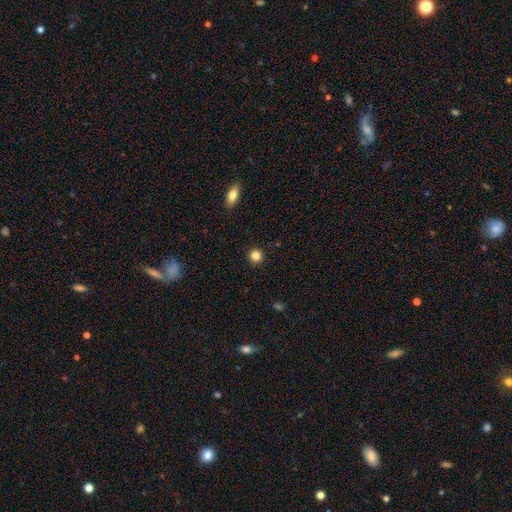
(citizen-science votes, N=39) A smooth galaxy with no disk features (87%) that is round (97%). Merging: none (92%).